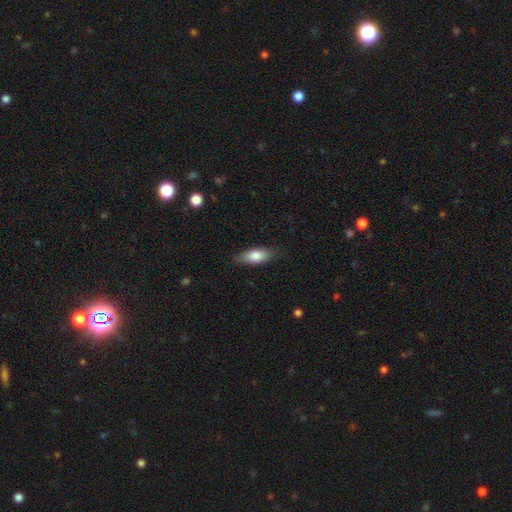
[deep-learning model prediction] A smooth galaxy with no disk features (78%) that is in between round and cigar-shaped (76%).

Vote fractions:
- Smooth or featured? smooth: 78% / featured or disk: 16% / star or artifact: 6%
- How rounded? in between: 76% / cigar-shaped: 20% / round: 3%
- Merging? none: 81% / minor disturbance: 15% / major disturbance: 3% / merger: 1%